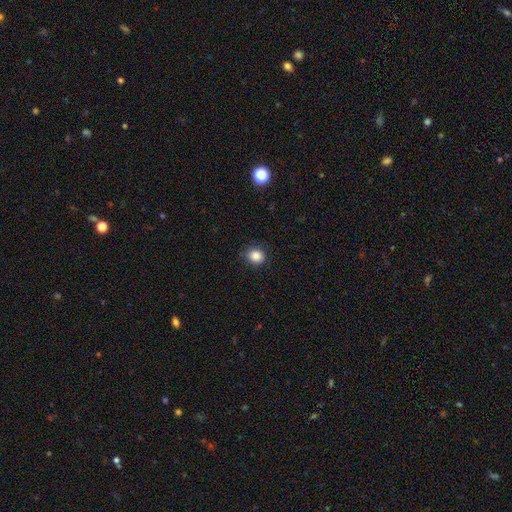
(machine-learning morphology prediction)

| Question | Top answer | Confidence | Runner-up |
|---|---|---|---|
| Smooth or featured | smooth | 86% | star or artifact (10%) |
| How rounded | round | 78% | in between (21%) |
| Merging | none | 85% | minor disturbance (11%) |